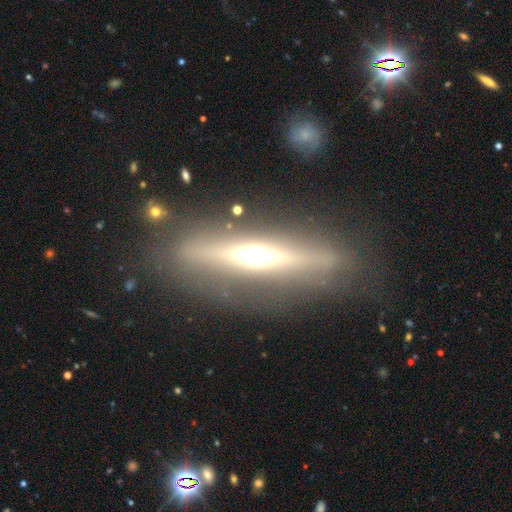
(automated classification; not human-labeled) The model was most divided on "smooth or featured": featured or disk: 73%, smooth: 20%, star or artifact: 7%. More confident: edge-on disk — yes (91%); edge-on bulge — rounded (89%); merging — none (81%).